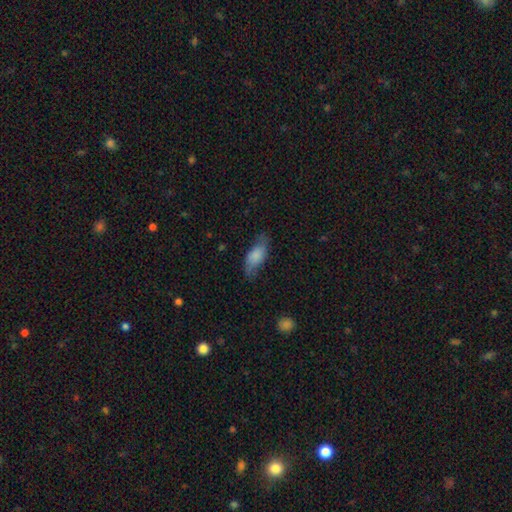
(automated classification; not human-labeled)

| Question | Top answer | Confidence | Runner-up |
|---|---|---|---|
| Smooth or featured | smooth | 72% | featured or disk (21%) |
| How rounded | in between | 86% | cigar-shaped (11%) |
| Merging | none | 61% | minor disturbance (27%) |